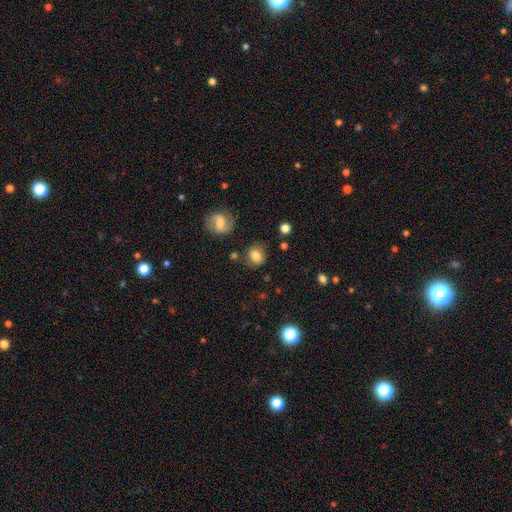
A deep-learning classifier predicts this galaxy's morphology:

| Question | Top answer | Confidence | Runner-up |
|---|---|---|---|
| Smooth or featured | smooth | 77% | featured or disk (13%) |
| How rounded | round | 72% | in between (27%) |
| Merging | none | 78% | minor disturbance (14%) |